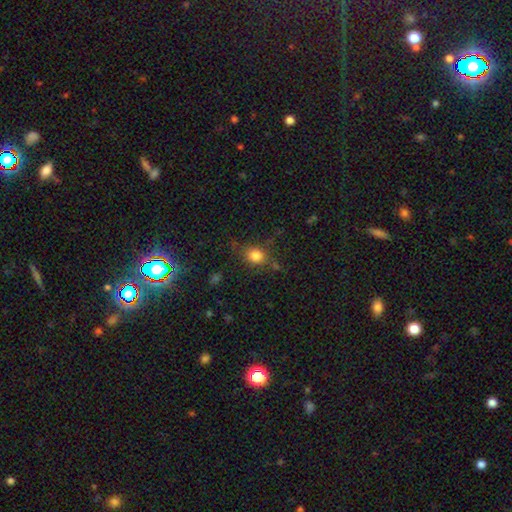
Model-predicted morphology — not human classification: A smooth galaxy with no disk features (79%) that is round (67%).

Vote fractions:
- Smooth or featured? smooth: 79% / star or artifact: 12% / featured or disk: 8%
- How rounded? round: 67% / in between: 31% / cigar-shaped: 2%
- Merging? none: 70% / minor disturbance: 19% / major disturbance: 7% / merger: 3%